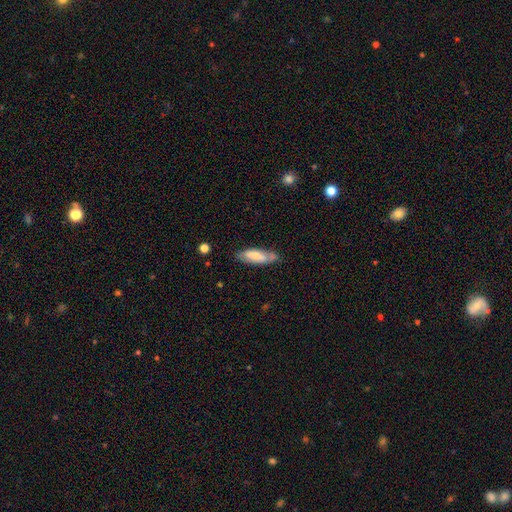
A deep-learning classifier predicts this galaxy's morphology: type=smooth (54%); roundness=in between (58%); merging=none (67%).